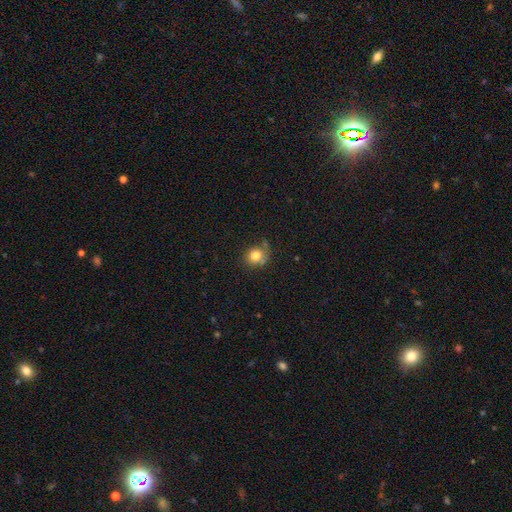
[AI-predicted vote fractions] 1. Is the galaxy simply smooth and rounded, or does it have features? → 81% smooth, 11% star or artifact, 8% featured or disk.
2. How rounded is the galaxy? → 79% round, 20% in between, 1% cigar-shaped.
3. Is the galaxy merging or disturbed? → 66% none, 22% minor disturbance, 7% merger, 6% major disturbance.